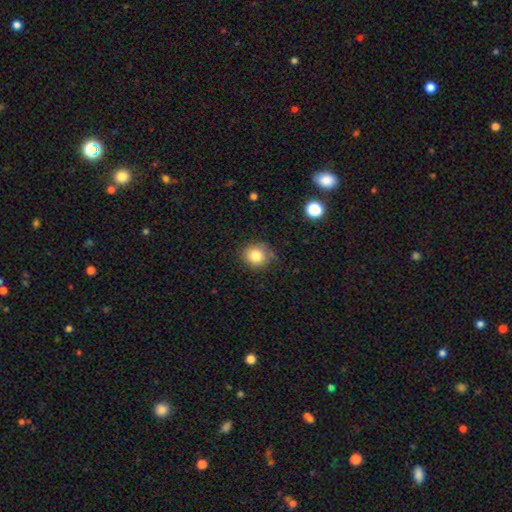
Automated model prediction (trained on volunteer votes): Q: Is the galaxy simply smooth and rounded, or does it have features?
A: smooth — 83%.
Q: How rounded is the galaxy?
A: round — 80%.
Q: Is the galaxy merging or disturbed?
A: none — 76%.